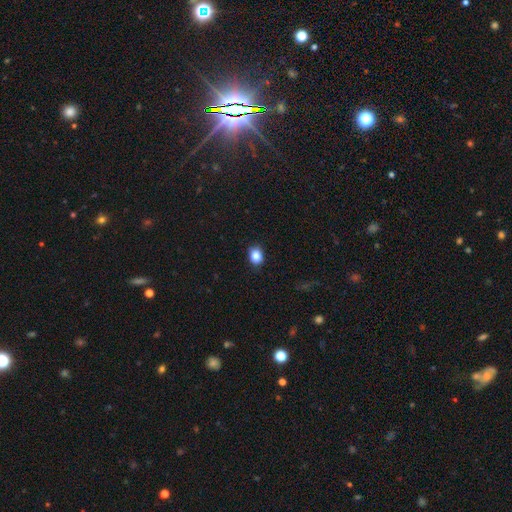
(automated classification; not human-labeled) smooth-or-featured: smooth: 85% | star or artifact: 10% | featured or disk: 5%
  how-rounded: round: 53% | in between: 46% | cigar-shaped: 1%
  merging: none: 87% | minor disturbance: 10% | major disturbance: 2% | merger: 1%